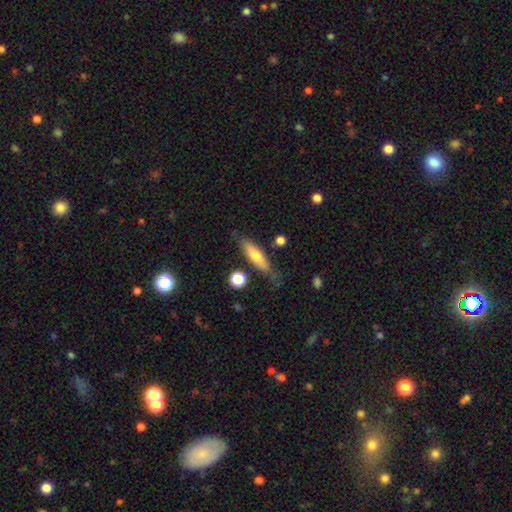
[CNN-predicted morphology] The model was most divided on "smooth or featured": smooth: 60%, featured or disk: 33%, star or artifact: 7%. More confident: merging — none (73%); how rounded — cigar-shaped (65%).